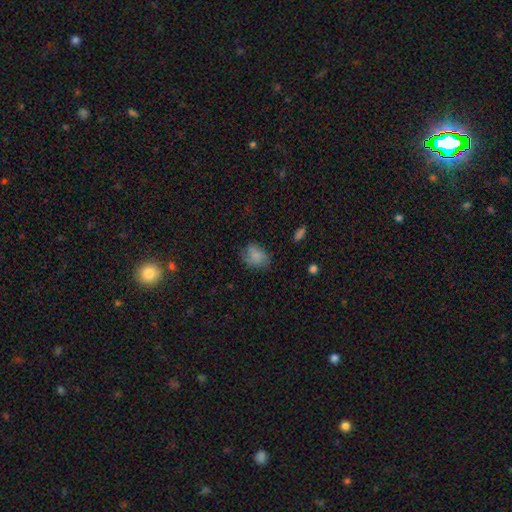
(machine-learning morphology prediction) This is clearly a smooth galaxy (81%). How rounded: likely in between (62%). Merging: likely none (68%).